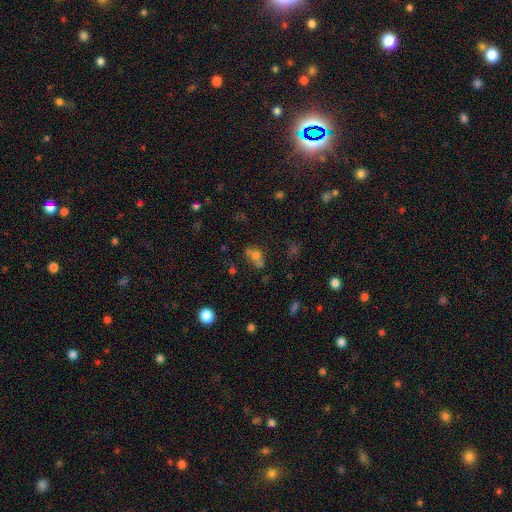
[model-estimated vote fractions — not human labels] Smooth or featured? Predicted: smooth (p=0.62). How rounded? Predicted: in between (p=0.51). Merging? Predicted: none (p=0.39).